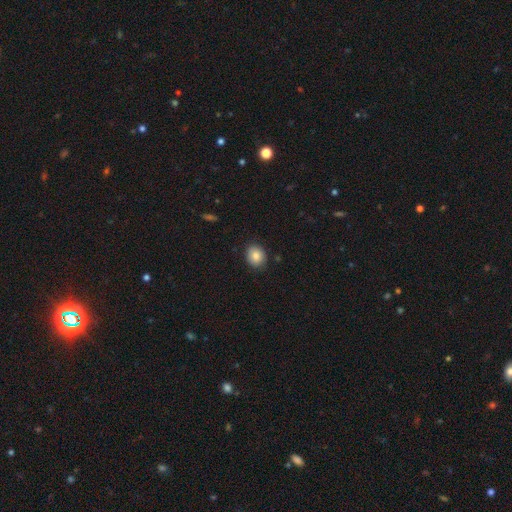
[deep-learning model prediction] A smooth galaxy with no disk features (83%) that is round (61%). Merging: none (87%).